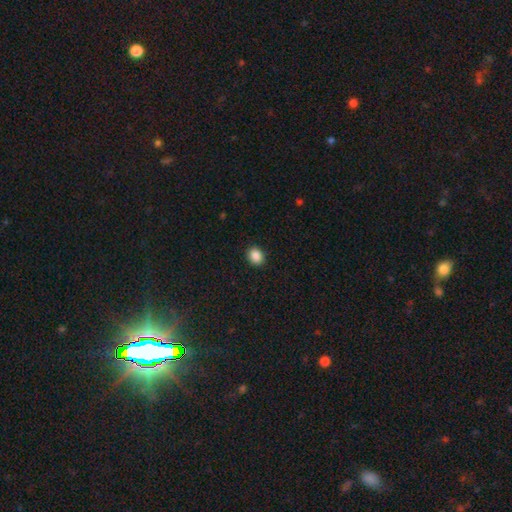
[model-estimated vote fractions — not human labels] smooth_or_featured: smooth (p=0.88) [alt: star or artifact p=0.09]
how_rounded: round (p=0.54) [alt: in between p=0.45]
merging: none (p=0.91) [alt: minor disturbance p=0.07]